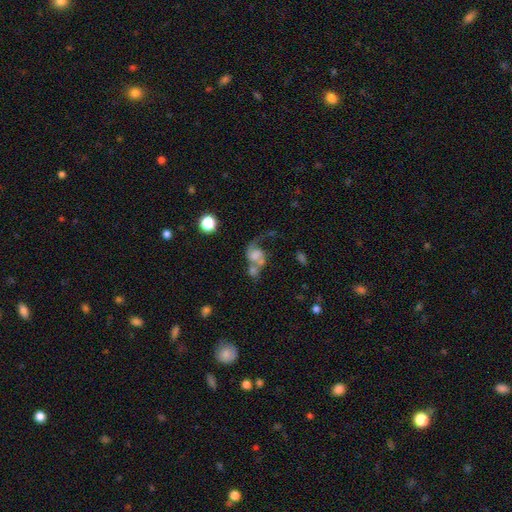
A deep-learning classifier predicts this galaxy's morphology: Smooth or featured? featured or disk (53%)
Edge-on disk? no (97%)
Bar? no (70%)
Spiral arms? yes (74%)
Bulge size? none (38%)
Merging? merger (47%)